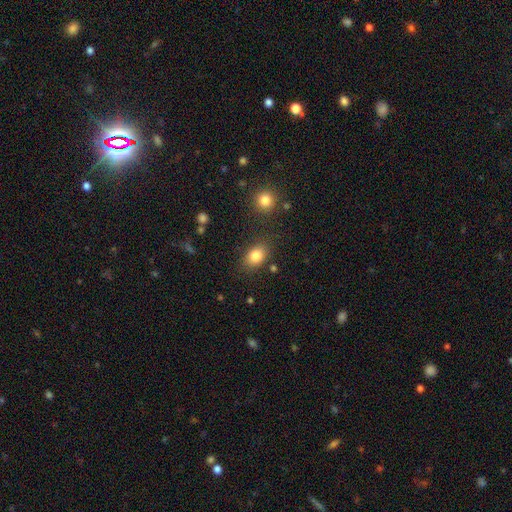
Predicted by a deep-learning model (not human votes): Q: Smooth or featured?
A: smooth (83%); runner-up: star or artifact (9%)
Q: How rounded?
A: in between (76%); runner-up: round (23%)
Q: Merging?
A: none (79%); runner-up: minor disturbance (13%)